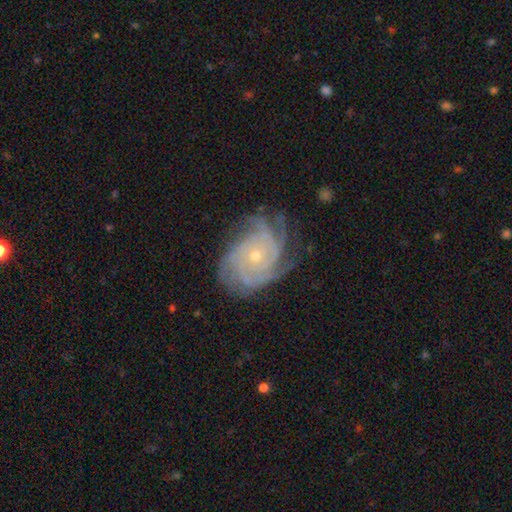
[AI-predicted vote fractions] A featured or disk galaxy (88%) with no bar (80%), 4 (34%) tight (72%) spiral arms (98%) and a small central bulge (70%).

Vote fractions:
- Smooth or featured? featured or disk: 88% / star or artifact: 6% / smooth: 6%
- Edge-on disk? no: 97% / yes: 3%
- Bar? no: 80% / weak: 16% / strong: 4%
- Spiral arms? yes: 98% / no: 2%
- Spiral winding? tight: 72% / medium: 24% / loose: 4%
- Spiral arm count? 4: 34% / can't tell: 19% / 3: 17% / more than 4: 16% / 2: 8% / 1: 6%
- Bulge size? small: 70% / moderate: 27% / large: 1% / none: 1% / dominant: 1%
- Merging? none: 71% / minor disturbance: 20% / major disturbance: 8% / merger: 1%